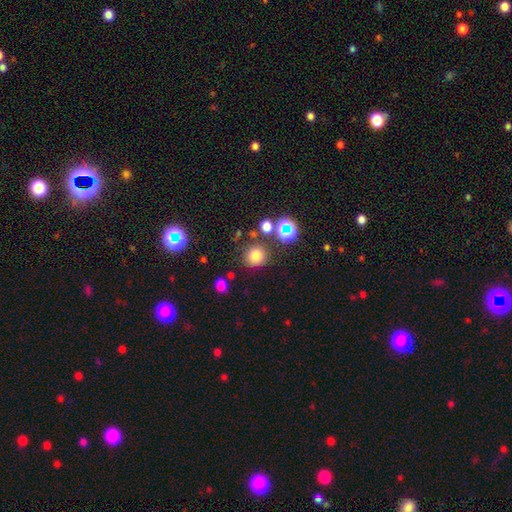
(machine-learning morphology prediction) This appears to be a smooth galaxy with no disk features (76%) that is round (89%). Merging: none (80%).